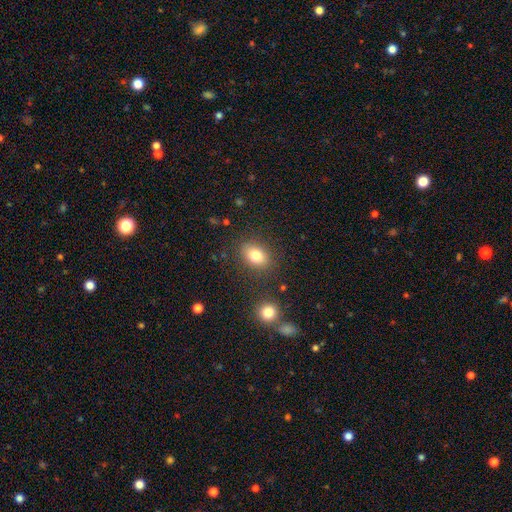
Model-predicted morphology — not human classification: smooth 80%, featured or disk 10%, star or artifact 10%. Down the decision tree: how rounded — in between (71%); merging — none (82%).